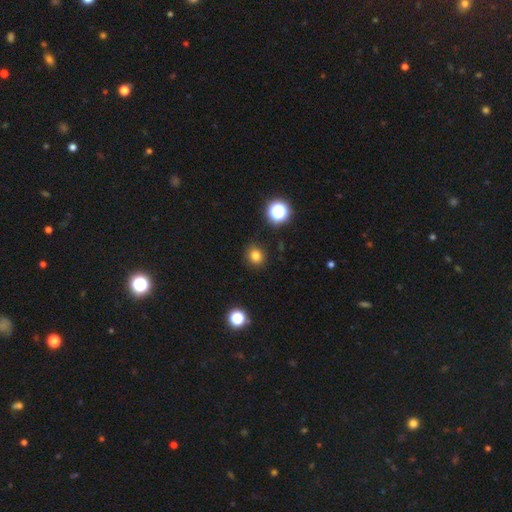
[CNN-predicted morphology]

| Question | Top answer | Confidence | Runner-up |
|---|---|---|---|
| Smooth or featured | smooth | 80% | star or artifact (15%) |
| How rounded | round | 78% | in between (22%) |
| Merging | none | 89% | minor disturbance (8%) |